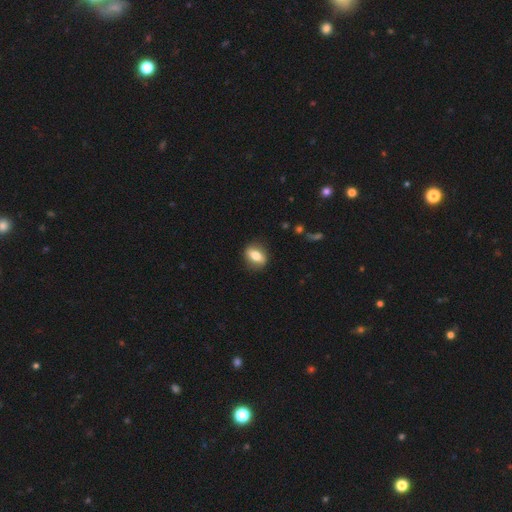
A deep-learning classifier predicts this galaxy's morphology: Q: Smooth or featured?
A: smooth (64%); runner-up: featured or disk (29%)
Q: How rounded?
A: in between (68%); runner-up: round (24%)
Q: Merging?
A: none (84%); runner-up: minor disturbance (11%)